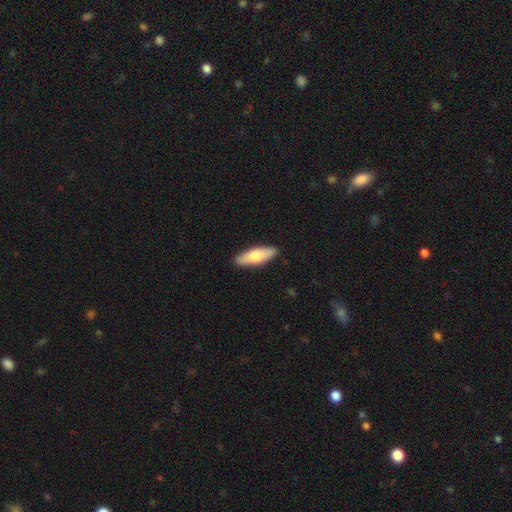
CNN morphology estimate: Smooth or featured?
  - smooth: 72% *
  - featured or disk: 23%
  - star or artifact: 5%
How rounded?
  - in between: 58% *
  - cigar-shaped: 40%
  - round: 2%
Merging?
  - none: 90% *
  - minor disturbance: 7%
  - major disturbance: 1%
  - merger: 1%